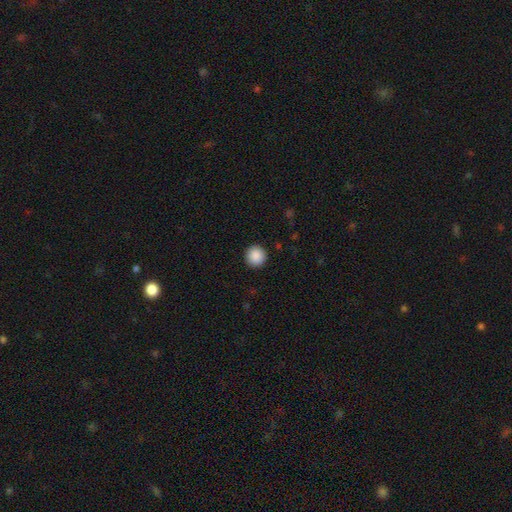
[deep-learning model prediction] Smooth or featured: smooth — 89% (star or artifact — 8%)
How rounded: round — 95% (in between — 4%)
Merging: none — 93% (minor disturbance — 5%)